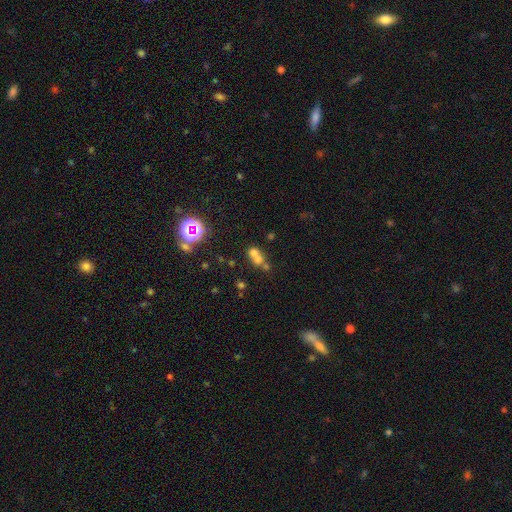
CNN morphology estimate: Q: Smooth or featured?
A: smooth (56%); runner-up: star or artifact (23%)
Q: How rounded?
A: round (73%); runner-up: in between (25%)
Q: Merging?
A: merger (60%); runner-up: none (30%)